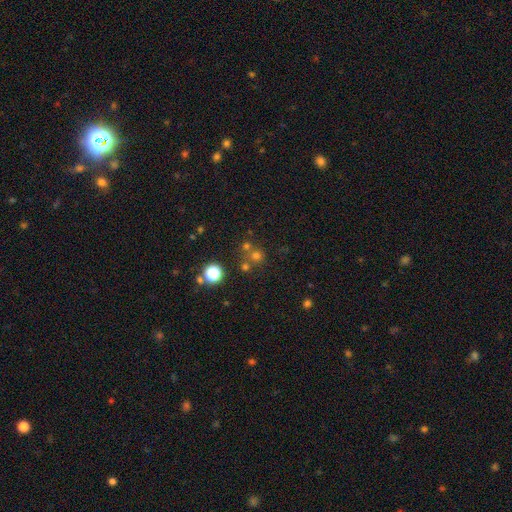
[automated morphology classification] Overall: smooth (60%; star or artifact 29%). How rounded: round (90%). Merging: none (62%; merger 26%).